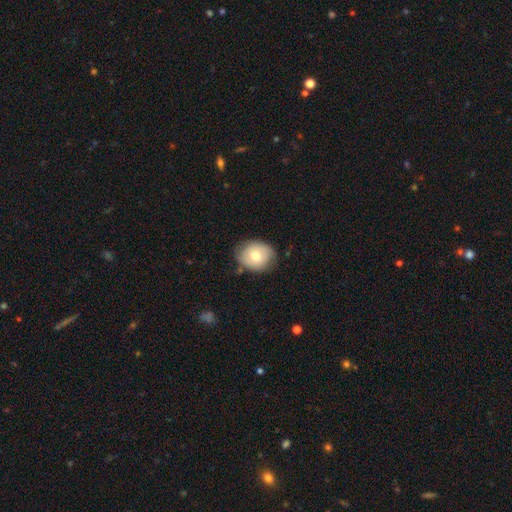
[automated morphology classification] A smooth galaxy with no disk features (68%) that is round (58%). Merging: none (75%).